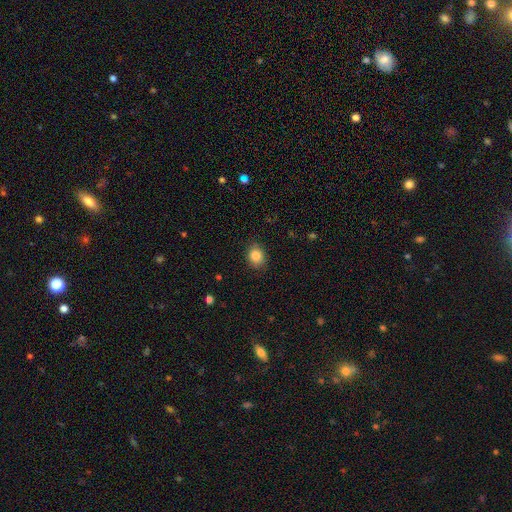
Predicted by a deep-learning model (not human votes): Smooth or featured? smooth (84%)
How rounded? round (59%)
Merging? none (87%)